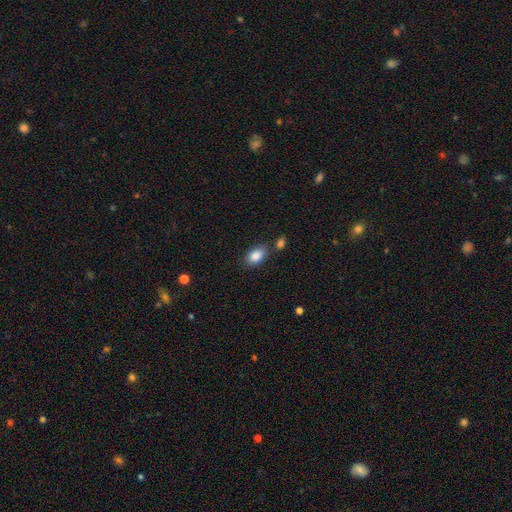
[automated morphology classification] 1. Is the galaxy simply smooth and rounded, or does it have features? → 86% smooth, 8% star or artifact, 6% featured or disk.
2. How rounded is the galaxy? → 87% in between, 11% round, 2% cigar-shaped.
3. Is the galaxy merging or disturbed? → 67% none, 16% minor disturbance, 14% merger, 4% major disturbance.